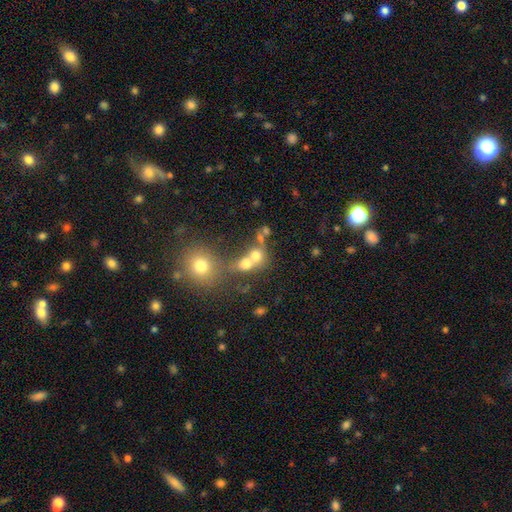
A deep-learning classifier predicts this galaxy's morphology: A smooth galaxy with no disk features (68%) that is round (72%).

Vote fractions:
- Smooth or featured? smooth: 68% / featured or disk: 17% / star or artifact: 15%
- How rounded? round: 72% / in between: 26% / cigar-shaped: 2%
- Merging? merger: 55% / none: 32% / minor disturbance: 7% / major disturbance: 6%